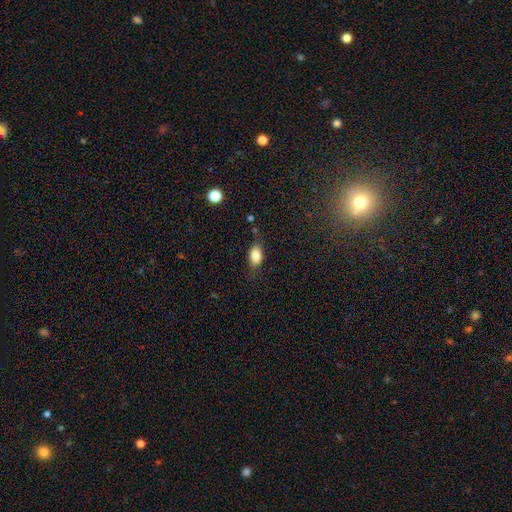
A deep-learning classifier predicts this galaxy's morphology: A smooth galaxy with no disk features (82%) that is in between round and cigar-shaped (84%).

Vote fractions:
- Smooth or featured? smooth: 82% / featured or disk: 10% / star or artifact: 8%
- How rounded? in between: 84% / round: 13% / cigar-shaped: 4%
- Merging? none: 69% / minor disturbance: 22% / major disturbance: 6% / merger: 2%